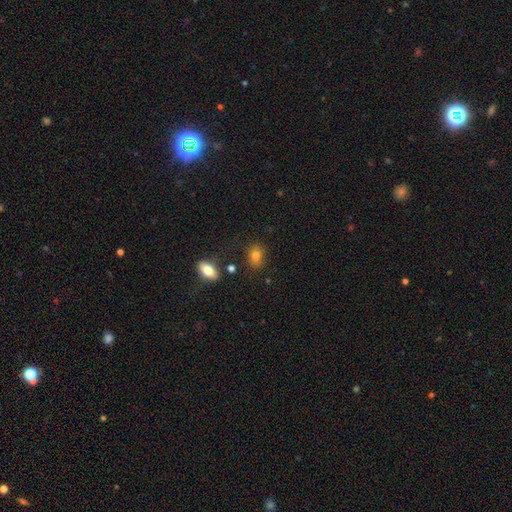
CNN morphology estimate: A smooth galaxy with no disk features (79%) that is in between round and cigar-shaped (62%). Merging: none (79%).